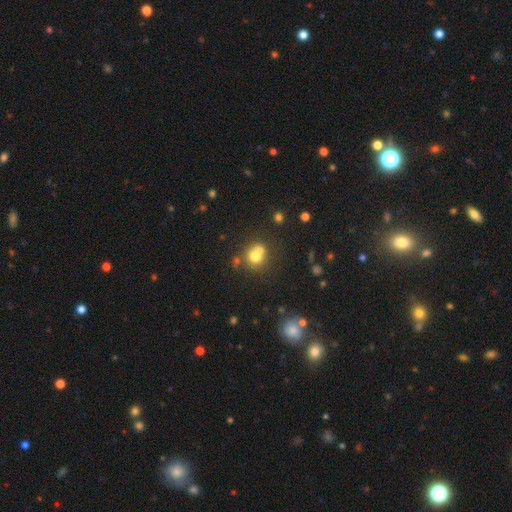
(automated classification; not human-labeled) Smooth or featured? Predicted: smooth (p=0.71). How rounded? Predicted: round (p=0.83). Merging? Predicted: none (p=0.50).